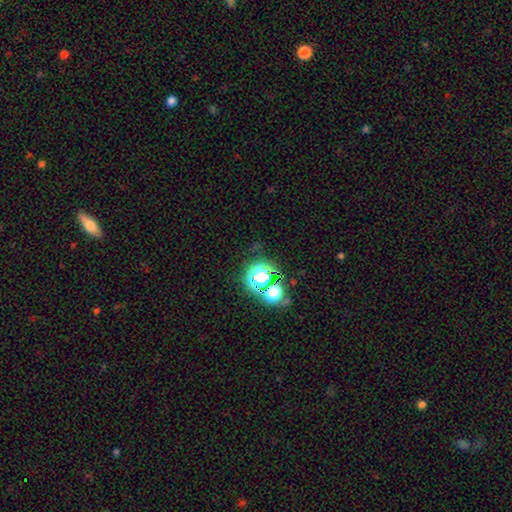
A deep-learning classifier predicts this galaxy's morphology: Smooth or featured?
  - star or artifact: 69% *
  - smooth: 22%
  - featured or disk: 9%